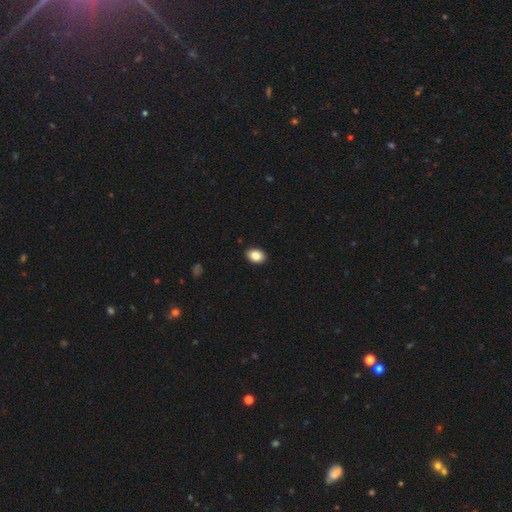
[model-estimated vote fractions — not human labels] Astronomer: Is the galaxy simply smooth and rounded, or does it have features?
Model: smooth — 88%.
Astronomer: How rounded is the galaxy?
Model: in between — 77%.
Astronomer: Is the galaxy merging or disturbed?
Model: none — 91%.